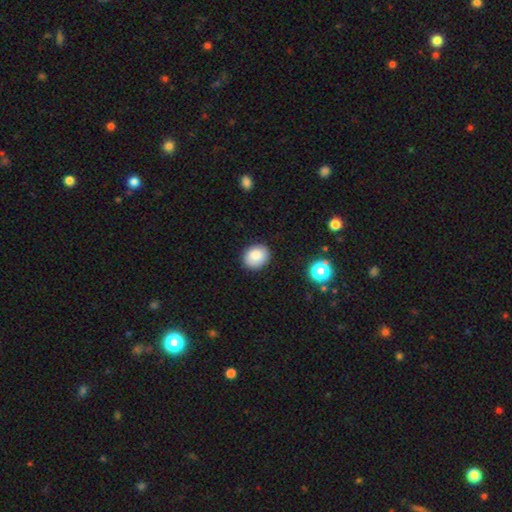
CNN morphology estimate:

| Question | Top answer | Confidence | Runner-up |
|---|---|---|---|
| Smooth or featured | smooth | 86% | star or artifact (9%) |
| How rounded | round | 61% | in between (38%) |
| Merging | none | 88% | minor disturbance (9%) |